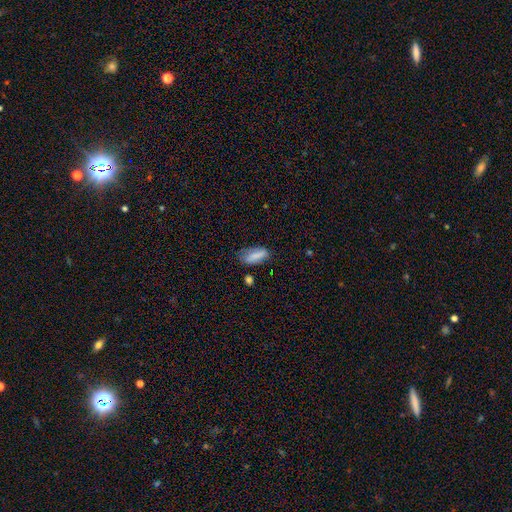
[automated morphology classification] Smooth or featured? smooth (77%)
How rounded? in between (81%)
Merging? none (54%)